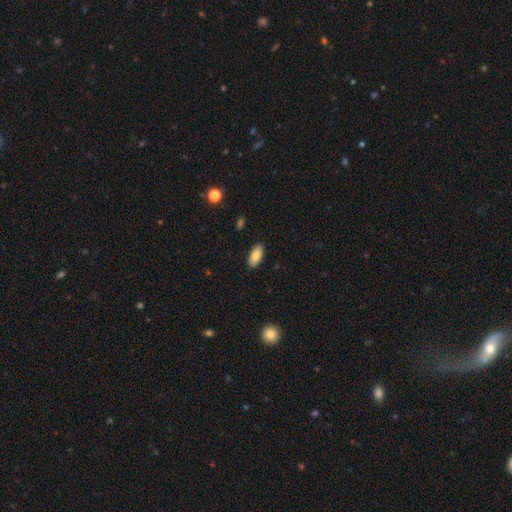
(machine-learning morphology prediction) Smooth or featured? Predicted: smooth (p=0.86). How rounded? Predicted: in between (p=0.90). Merging? Predicted: none (p=0.88).